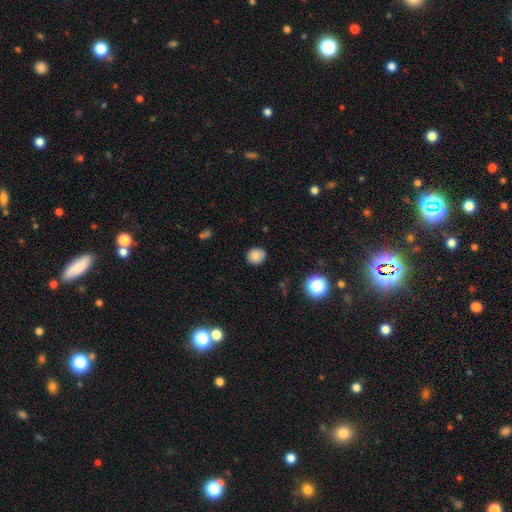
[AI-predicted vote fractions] The model was most divided on "how rounded": round: 84%, in between: 15%, cigar-shaped: 1%. More confident: merging — none (86%); smooth or featured — smooth (84%).